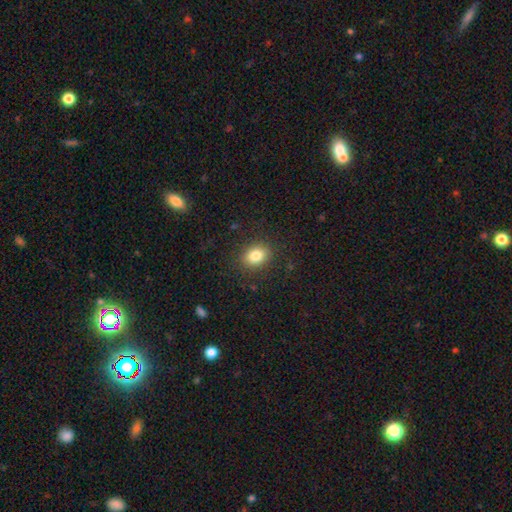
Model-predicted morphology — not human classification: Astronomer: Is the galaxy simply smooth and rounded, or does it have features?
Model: smooth — 83%.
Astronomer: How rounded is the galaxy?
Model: in between — 58% (runner-up: round, 41%).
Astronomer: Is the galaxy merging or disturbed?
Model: none — 87%.